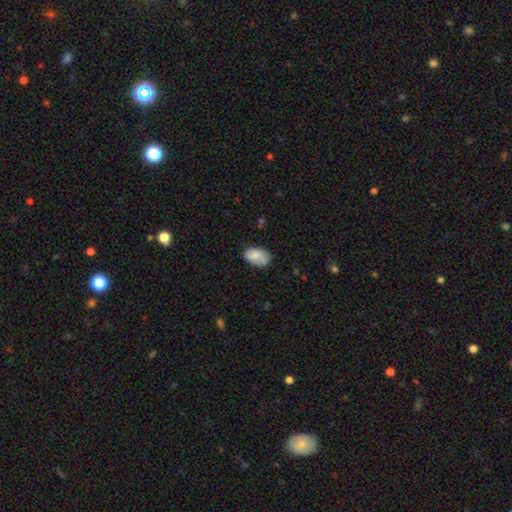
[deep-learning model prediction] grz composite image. It shows a smooth galaxy with no disk features (79%) that is in between round and cigar-shaped (89%). Merging: none (63%).